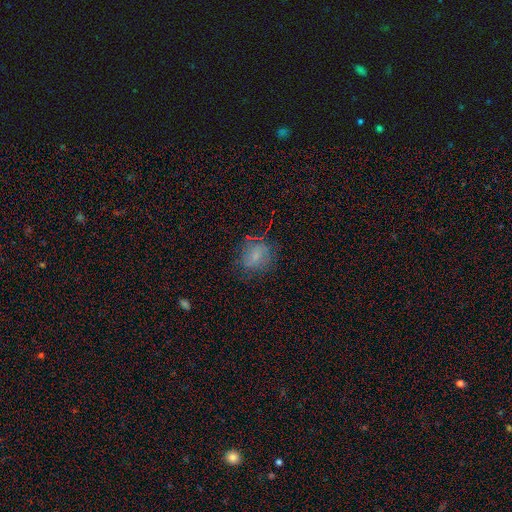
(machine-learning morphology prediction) type=smooth (64%); roundness=round (65%); merging=none (64%).